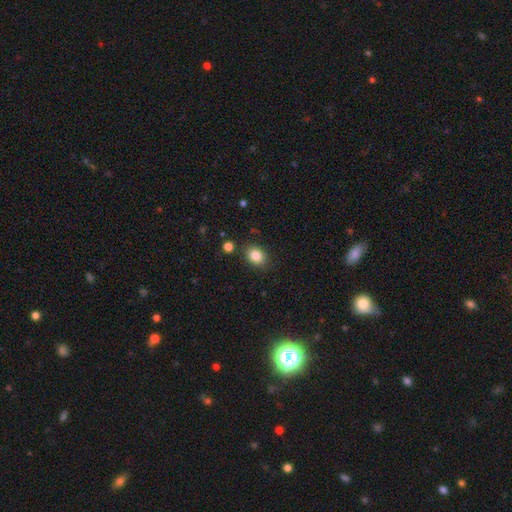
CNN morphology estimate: A smooth galaxy with no disk features (84%) that is in between round and cigar-shaped (62%).

Vote fractions:
- Smooth or featured? smooth: 84% / star or artifact: 10% / featured or disk: 6%
- How rounded? in between: 62% / round: 37% / cigar-shaped: 1%
- Merging? none: 83% / minor disturbance: 11% / merger: 3% / major disturbance: 3%